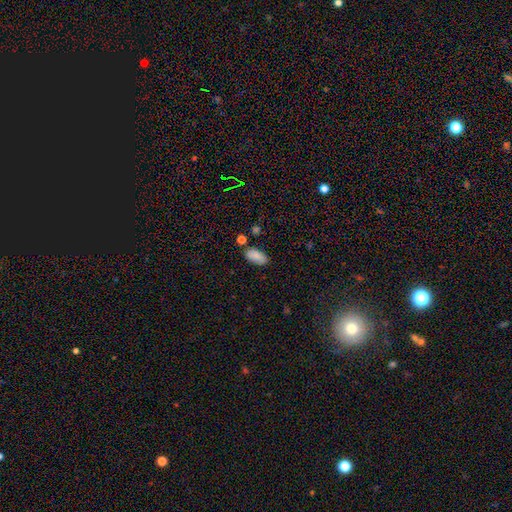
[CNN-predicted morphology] Smooth or featured? smooth (86%)
How rounded? in between (93%)
Merging? none (74%)